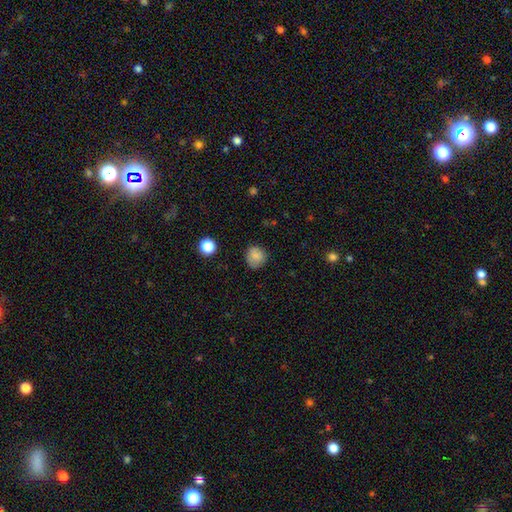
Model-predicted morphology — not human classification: Smooth or featured?
  - smooth: 82% *
  - star or artifact: 11%
  - featured or disk: 7%
How rounded?
  - round: 86% *
  - in between: 13%
  - cigar-shaped: 1%
Merging?
  - none: 78% *
  - minor disturbance: 17%
  - major disturbance: 4%
  - merger: 1%